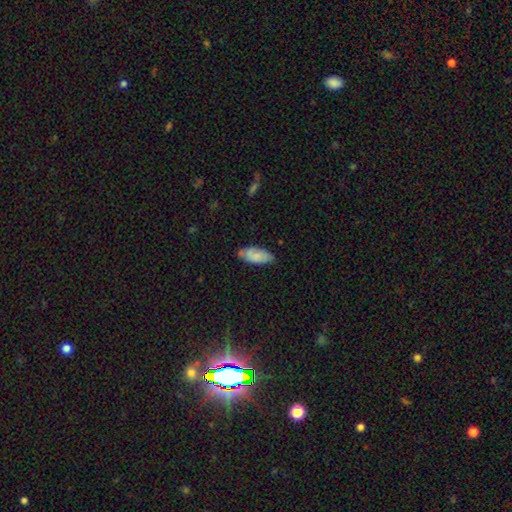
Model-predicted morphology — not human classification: smooth 78%, featured or disk 16%, star or artifact 6%. Down the decision tree: how rounded — in between (85%); merging — none (71%).